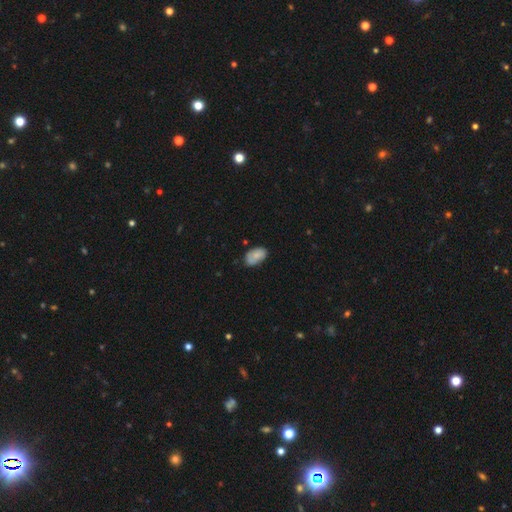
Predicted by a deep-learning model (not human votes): The model was most divided on "merging": none: 60%, minor disturbance: 28%, major disturbance: 6%, merger: 5%. More confident: how rounded — in between (92%); smooth or featured — smooth (73%).